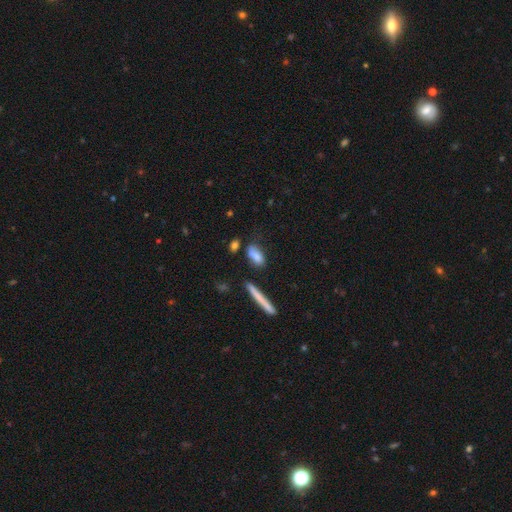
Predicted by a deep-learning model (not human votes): Smooth or featured? Predicted: smooth (p=0.79). How rounded? Predicted: in between (p=0.76). Merging? Predicted: none (p=0.64).